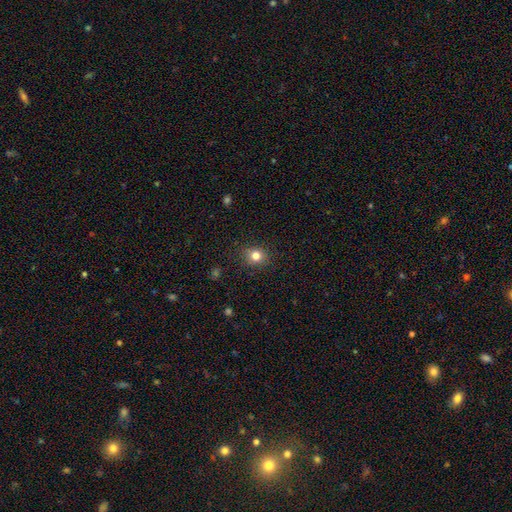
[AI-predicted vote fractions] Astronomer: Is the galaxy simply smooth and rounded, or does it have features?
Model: smooth — 80%.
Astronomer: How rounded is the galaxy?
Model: round — 78%.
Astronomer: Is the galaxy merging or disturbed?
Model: none — 87%.